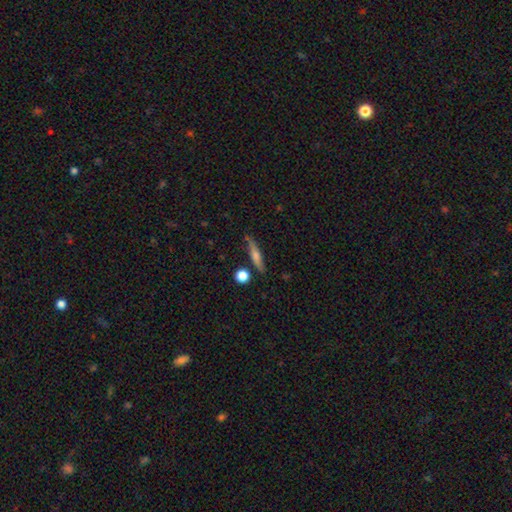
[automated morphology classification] Smooth or featured? smooth (52%)
How rounded? cigar-shaped (81%)
Merging? none (77%)